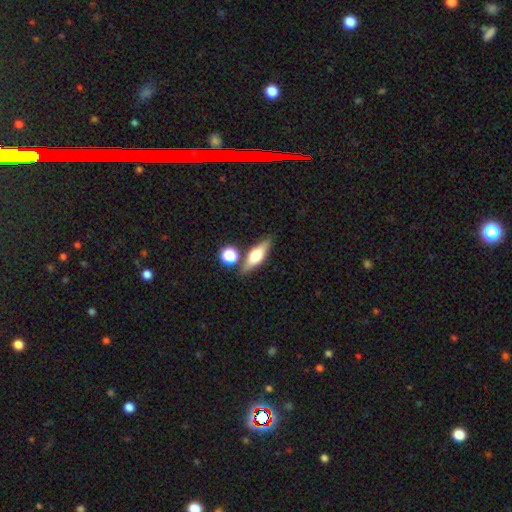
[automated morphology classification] type=featured or disk (47%); merging=none (75%).